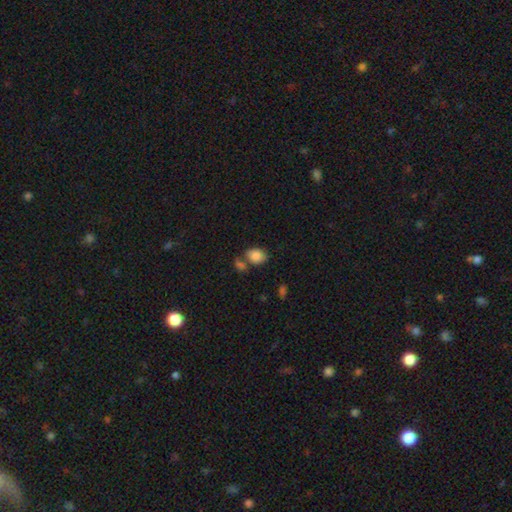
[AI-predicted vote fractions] Smooth or featured: smooth — 86% (star or artifact — 8%)
How rounded: in between — 71% (round — 28%)
Merging: none — 53% (merger — 27%)